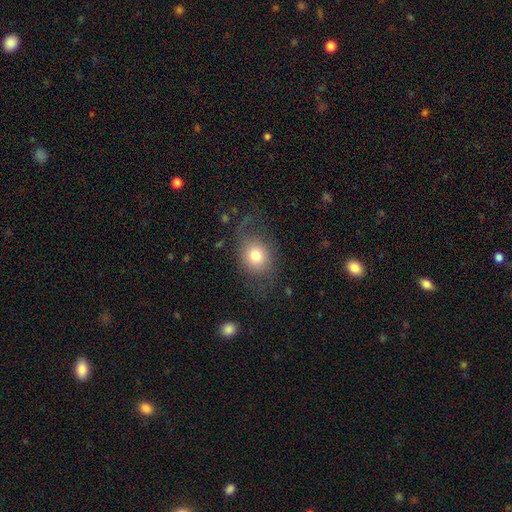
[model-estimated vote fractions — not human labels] Smooth or featured: smooth — 72% (featured or disk — 17%)
How rounded: round — 55% (in between — 44%)
Merging: none — 59% (minor disturbance — 20%)